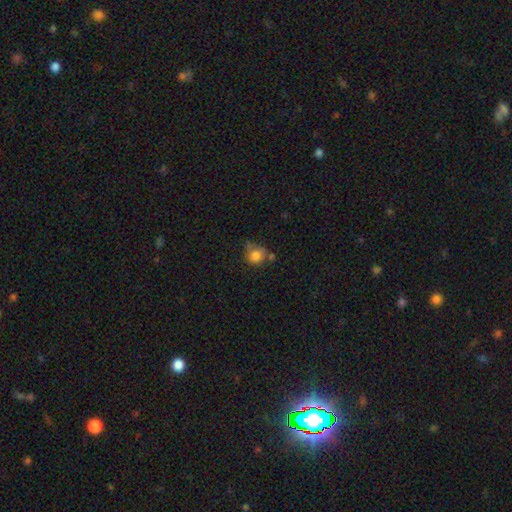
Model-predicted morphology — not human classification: type=smooth (81%); roundness=round (80%); merging=none (51%).